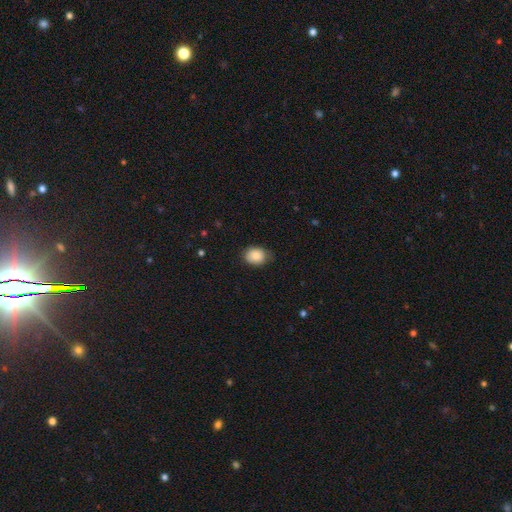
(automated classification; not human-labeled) A smooth galaxy with no disk features (83%) that is in between round and cigar-shaped (58%).

Vote fractions:
- Smooth or featured? smooth: 83% / featured or disk: 9% / star or artifact: 8%
- How rounded? in between: 58% / round: 41% / cigar-shaped: 1%
- Merging? none: 71% / minor disturbance: 24% / major disturbance: 4% / merger: 1%